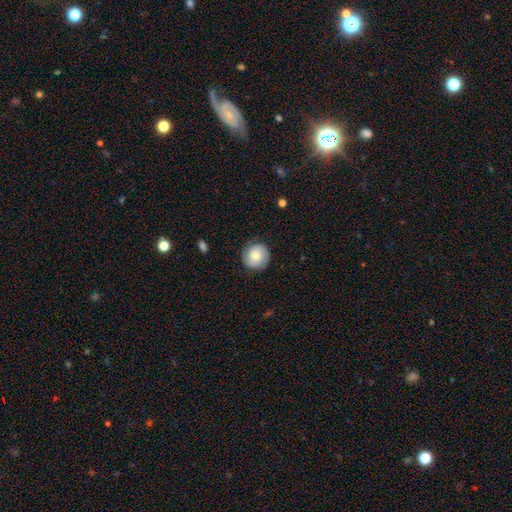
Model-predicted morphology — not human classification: Smooth or featured?
  - smooth: 72% *
  - featured or disk: 20%
  - star or artifact: 7%
How rounded?
  - round: 92% *
  - in between: 7%
  - cigar-shaped: 1%
Merging?
  - none: 84% *
  - minor disturbance: 12%
  - major disturbance: 3%
  - merger: 1%